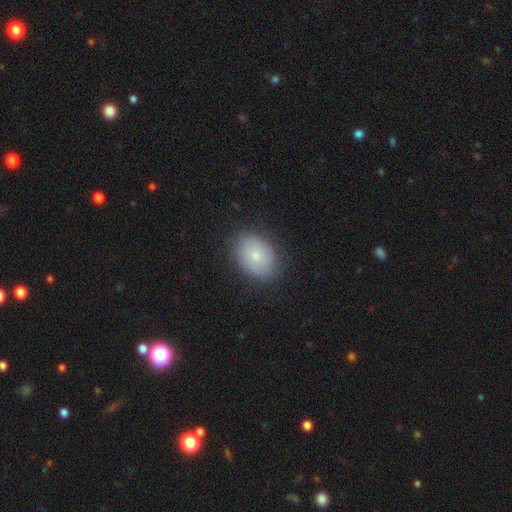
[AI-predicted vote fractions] Overall: smooth (74%). How rounded: in between (73%). Merging: none (82%).